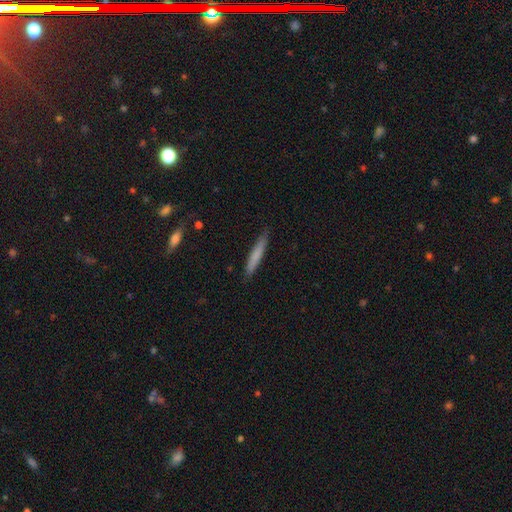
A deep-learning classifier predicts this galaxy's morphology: type=smooth (72%); roundness=cigar-shaped (94%); merging=none (86%).